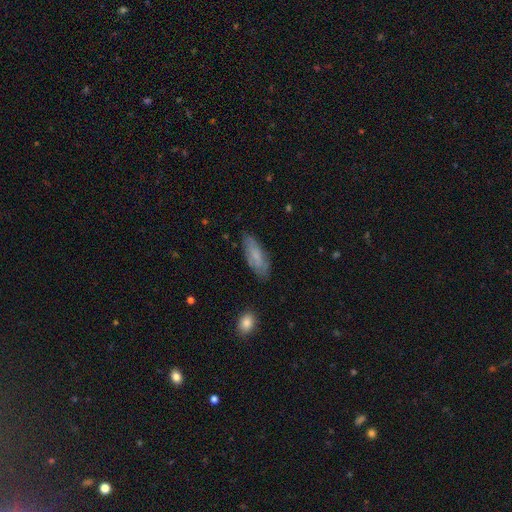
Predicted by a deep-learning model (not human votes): Smooth or featured?
  - smooth: 65% *
  - featured or disk: 28%
  - star or artifact: 7%
How rounded?
  - in between: 66% *
  - cigar-shaped: 32%
  - round: 2%
Merging?
  - none: 75% *
  - minor disturbance: 20%
  - major disturbance: 4%
  - merger: 2%